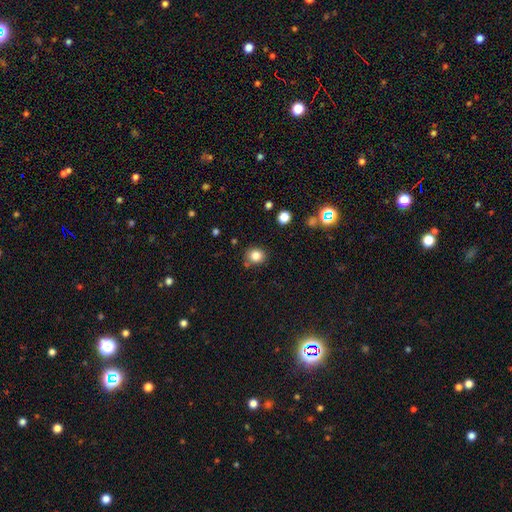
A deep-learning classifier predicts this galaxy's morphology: smooth 82%, star or artifact 12%, featured or disk 6%. Down the decision tree: how rounded — round (81%); merging — none (80%).